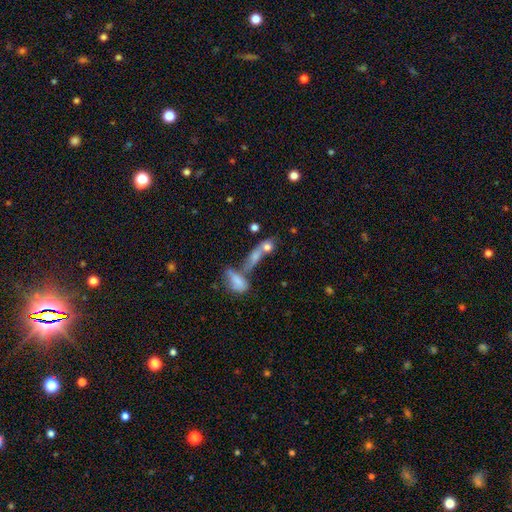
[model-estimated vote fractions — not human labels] This appears to be a smooth galaxy with no disk features (60%) that is in between round and cigar-shaped (48%). Merging: merger (59%).